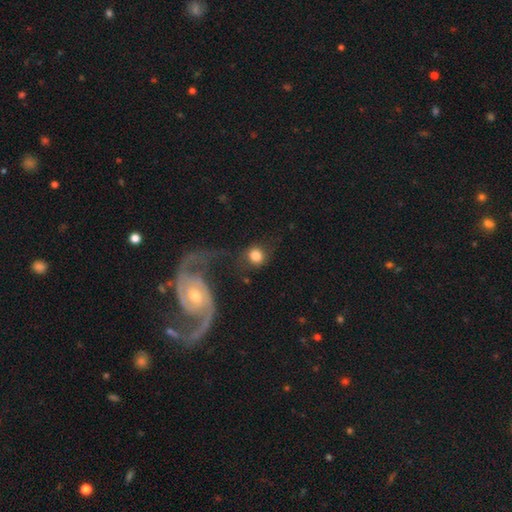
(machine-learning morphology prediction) Overall: smooth (76%). How rounded: round (85%). Merging: none (56%; major disturbance 16%).